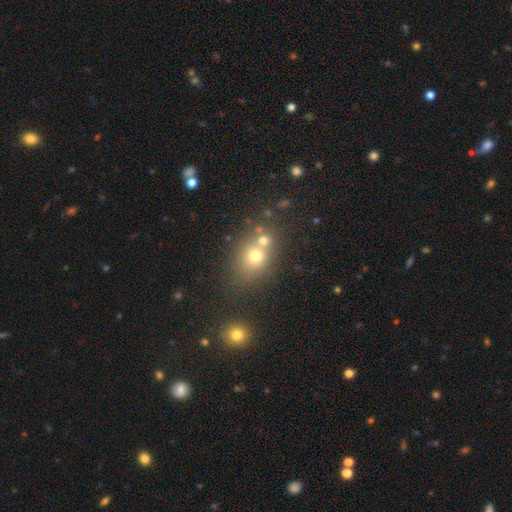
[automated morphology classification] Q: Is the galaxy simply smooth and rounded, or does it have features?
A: smooth — 66%.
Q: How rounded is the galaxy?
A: round — 61%.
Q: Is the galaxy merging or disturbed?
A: none — 53%.